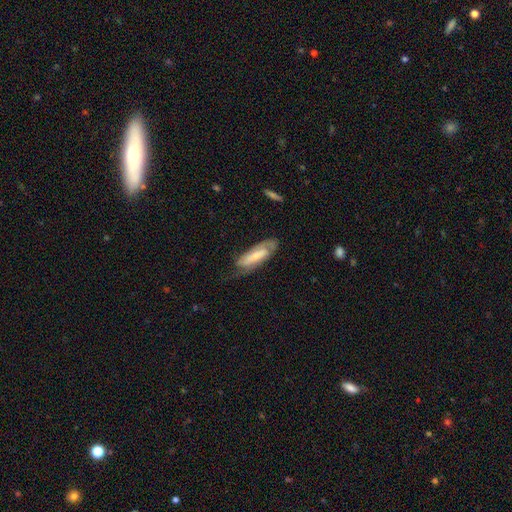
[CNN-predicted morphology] Smooth or featured? Predicted: featured or disk (p=0.57). Edge-on disk? Predicted: no (p=0.81). Merging? Predicted: none (p=0.57).